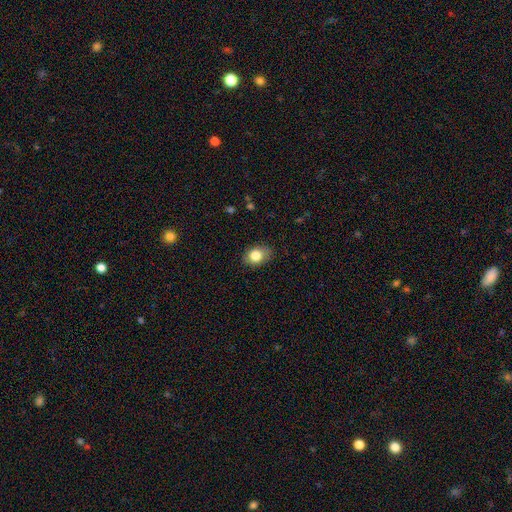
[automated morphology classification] smooth_or_featured: smooth (p=0.82) [alt: featured or disk p=0.10]
how_rounded: in between (p=0.72) [alt: round p=0.27]
merging: none (p=0.82) [alt: minor disturbance p=0.14]